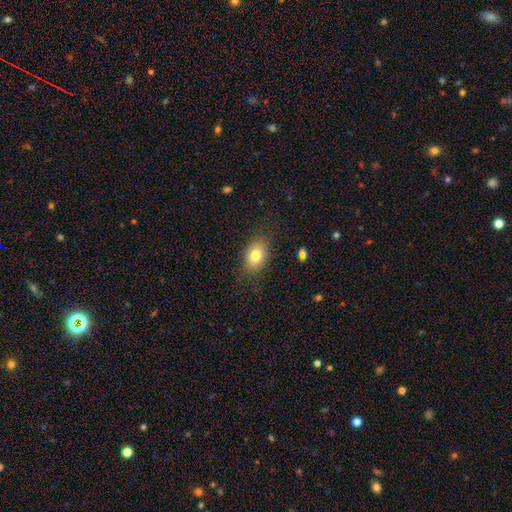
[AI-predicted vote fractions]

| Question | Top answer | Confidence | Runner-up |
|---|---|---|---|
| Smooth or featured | smooth | 80% | featured or disk (12%) |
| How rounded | in between | 80% | round (18%) |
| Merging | none | 83% | minor disturbance (13%) |